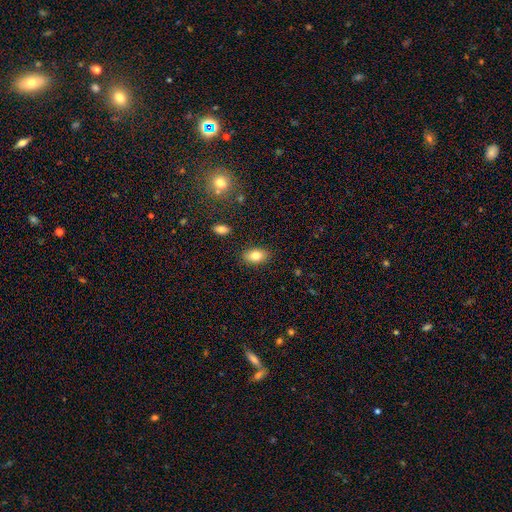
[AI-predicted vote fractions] smooth-or-featured: smooth: 80% | featured or disk: 12% | star or artifact: 8%
  how-rounded: in between: 88% | round: 10% | cigar-shaped: 2%
  merging: none: 87% | minor disturbance: 9% | major disturbance: 2% | merger: 1%